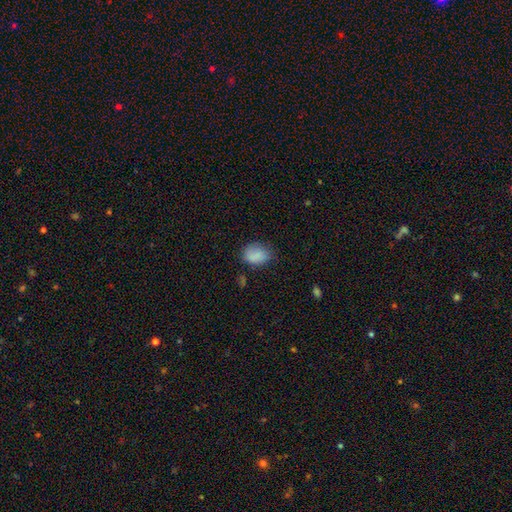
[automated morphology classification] The model was most divided on "how rounded": in between: 69%, round: 30%, cigar-shaped: 1%. More confident: smooth or featured — smooth (84%); merging — none (65%).